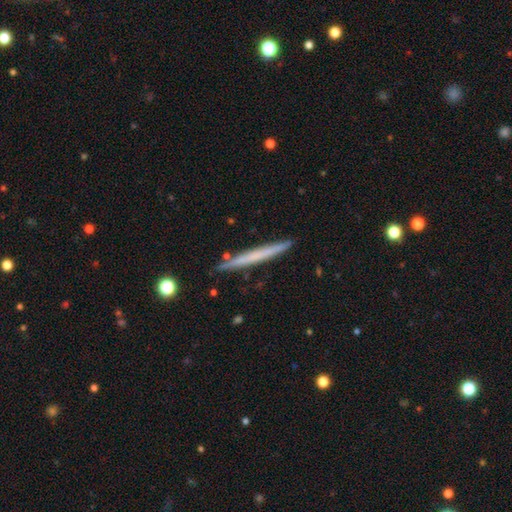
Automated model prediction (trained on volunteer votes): smooth_or_featured: smooth (p=0.50) [alt: featured or disk p=0.44]
merging: none (p=0.89) [alt: minor disturbance p=0.08]